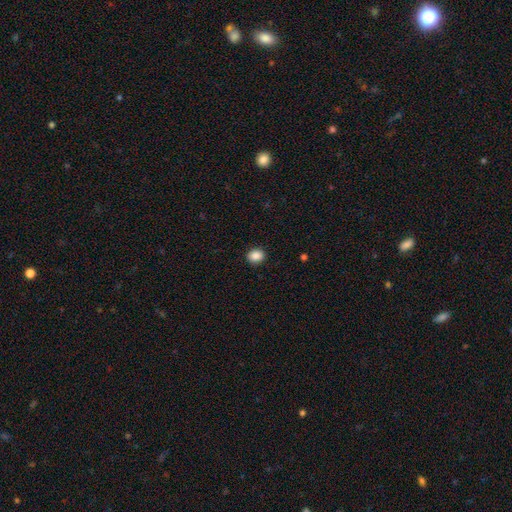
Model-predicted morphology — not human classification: The model was most divided on "how rounded": round: 60%, in between: 39%, cigar-shaped: 1%. More confident: merging — none (91%); smooth or featured — smooth (88%).